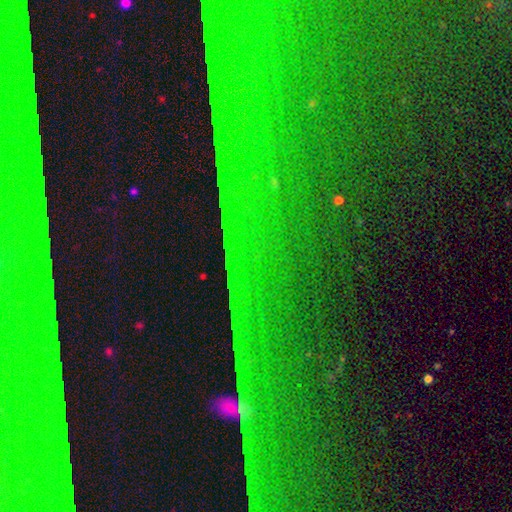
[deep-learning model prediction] The model was most divided on "smooth or featured": star or artifact: 84%, featured or disk: 8%, smooth: 8%.